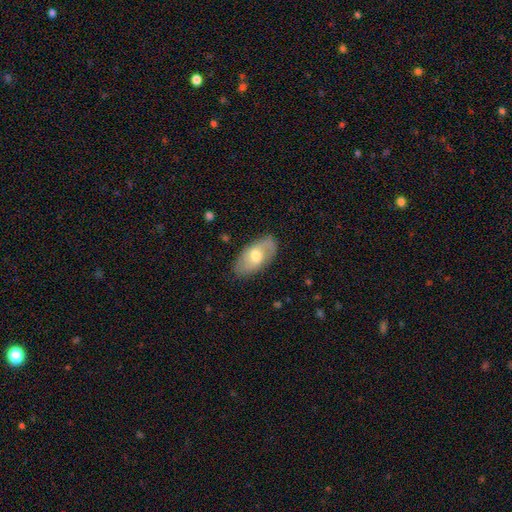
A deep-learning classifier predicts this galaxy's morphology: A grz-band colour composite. It shows a smooth galaxy with no disk features (54%) that is in between round and cigar-shaped (92%). Merging: none (81%).